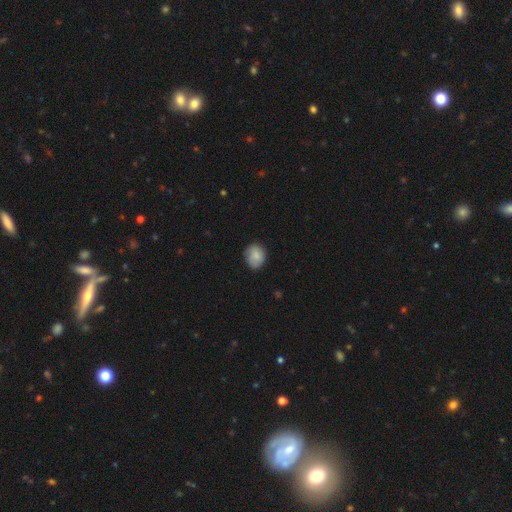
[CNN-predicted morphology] Smooth or featured? smooth (85%)
How rounded? round (59%)
Merging? none (81%)